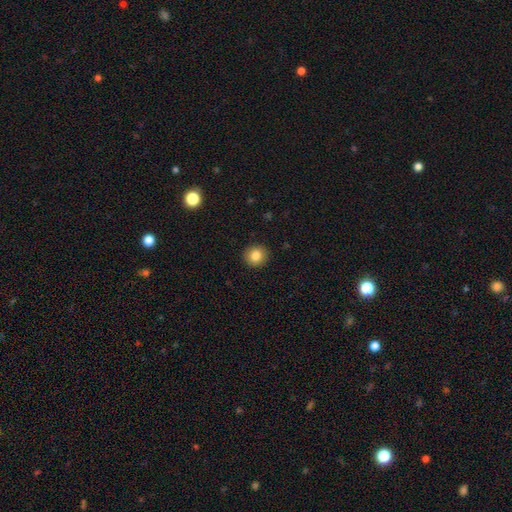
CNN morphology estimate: type=smooth (84%); roundness=round (88%); merging=none (92%).